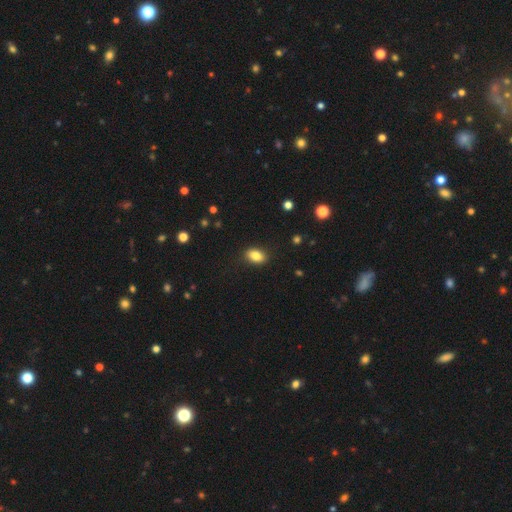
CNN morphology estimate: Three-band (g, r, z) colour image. It shows a smooth galaxy with no disk features (85%) that is in between round and cigar-shaped (87%). Merging: none (86%).